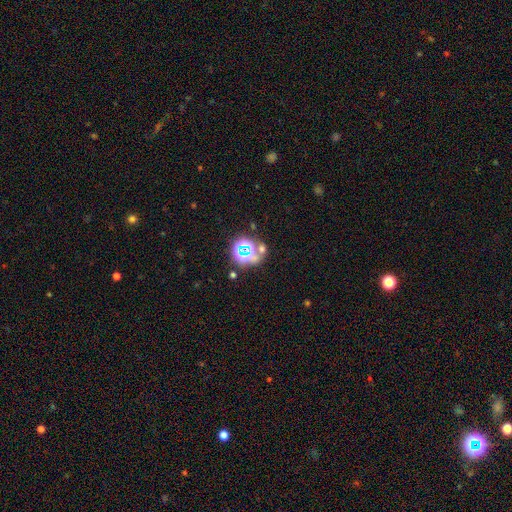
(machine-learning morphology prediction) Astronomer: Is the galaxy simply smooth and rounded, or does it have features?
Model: star or artifact — 62%.